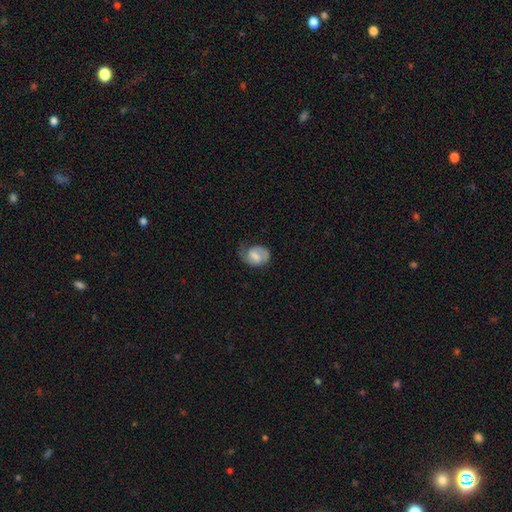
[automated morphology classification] The model was most divided on "bulge size": moderate: 30%, none: 27%, small: 26%, large: 15%, dominant: 2%. More confident: edge-on disk — no (97%); spiral arms — yes (85%); smooth or featured — featured or disk (54%); bar — weak (51%); merging — none (50%).